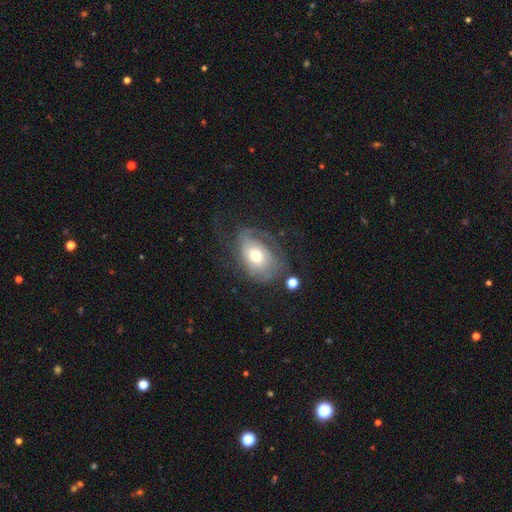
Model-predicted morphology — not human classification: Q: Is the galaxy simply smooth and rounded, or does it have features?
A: featured or disk — 71%.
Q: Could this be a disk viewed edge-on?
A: no — 96%.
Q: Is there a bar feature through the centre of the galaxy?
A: no — 74%.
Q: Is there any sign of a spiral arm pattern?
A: yes — 84%.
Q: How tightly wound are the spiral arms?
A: tight — 49%.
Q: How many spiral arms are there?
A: can't tell — 37%.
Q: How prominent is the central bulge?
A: moderate — 65%.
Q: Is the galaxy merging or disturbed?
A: none — 51%.